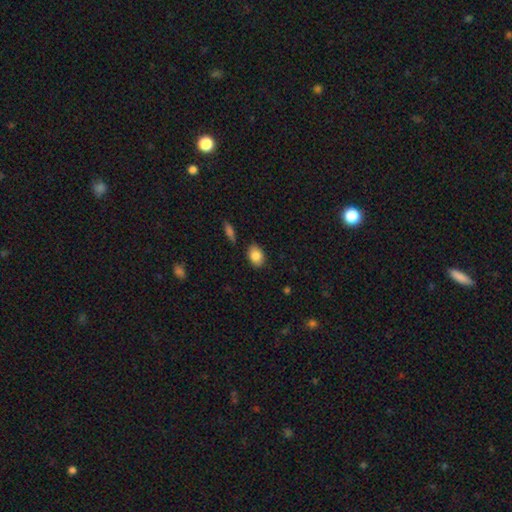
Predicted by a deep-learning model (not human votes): The model was most divided on "how rounded": in between: 76%, round: 22%, cigar-shaped: 1%. More confident: smooth or featured — smooth (84%); merging — none (82%).